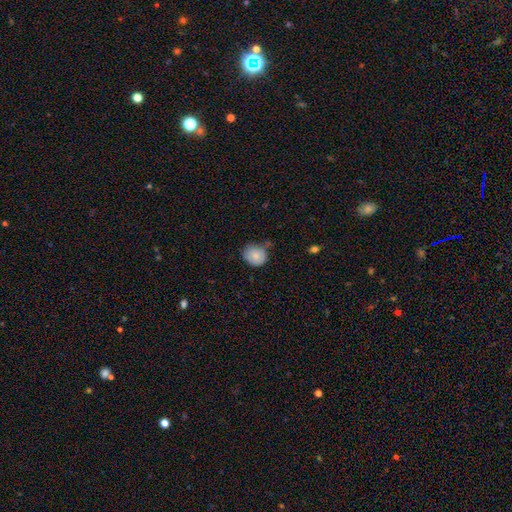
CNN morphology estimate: The model was most divided on "merging": none: 61%, minor disturbance: 29%, major disturbance: 5%, merger: 5%. More confident: smooth or featured — smooth (83%); how rounded — round (68%).